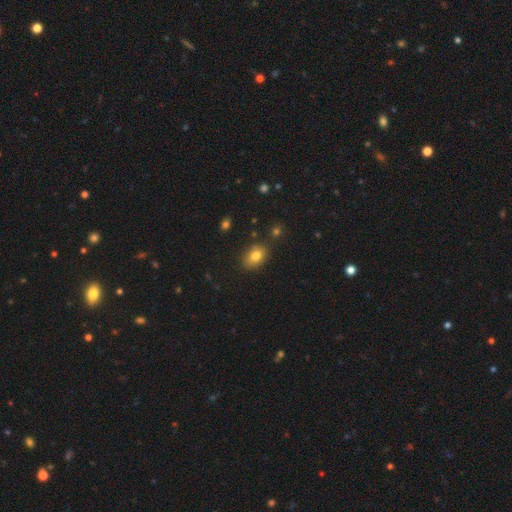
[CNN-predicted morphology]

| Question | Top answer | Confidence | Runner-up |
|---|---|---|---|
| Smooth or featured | smooth | 80% | star or artifact (11%) |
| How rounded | in between | 76% | round (23%) |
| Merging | none | 78% | minor disturbance (15%) |